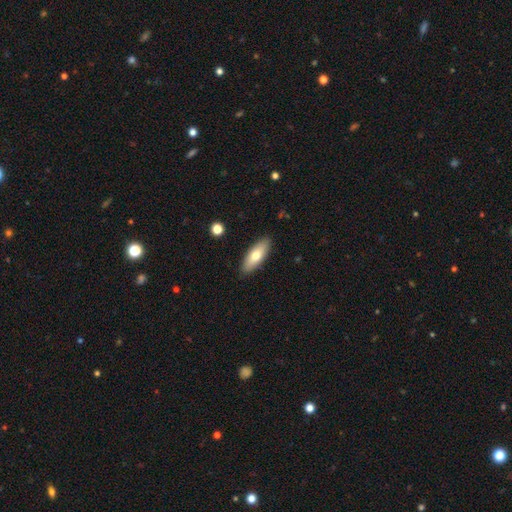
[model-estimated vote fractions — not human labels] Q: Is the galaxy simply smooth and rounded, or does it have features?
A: smooth — 69%.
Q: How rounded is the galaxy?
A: in between — 70%.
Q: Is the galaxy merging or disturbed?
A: none — 89%.